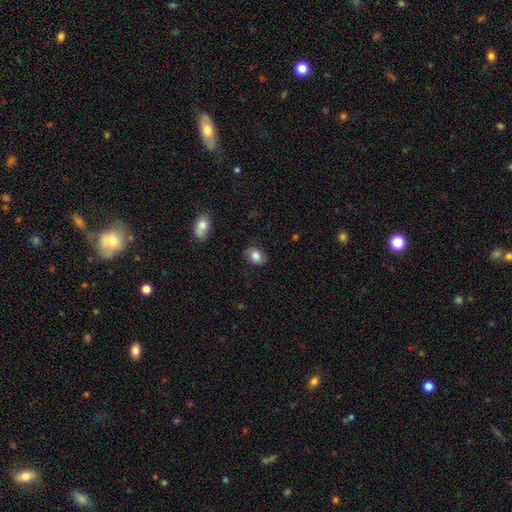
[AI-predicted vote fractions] The model was most divided on "how rounded": in between: 67%, round: 32%, cigar-shaped: 1%. More confident: merging — none (78%); smooth or featured — smooth (75%).